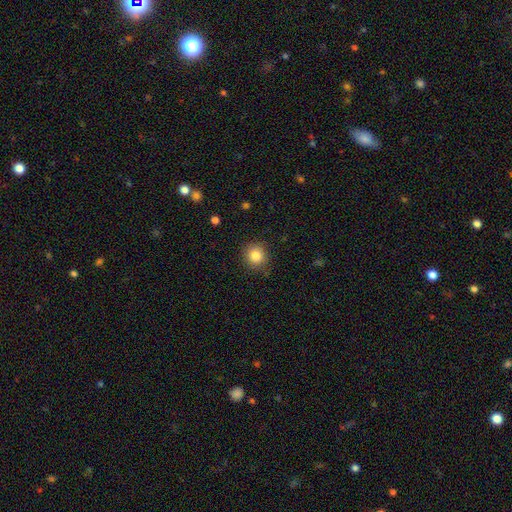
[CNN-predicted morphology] Q: Smooth or featured?
A: smooth (84%); runner-up: star or artifact (10%)
Q: How rounded?
A: round (91%); runner-up: in between (8%)
Q: Merging?
A: none (88%); runner-up: minor disturbance (8%)